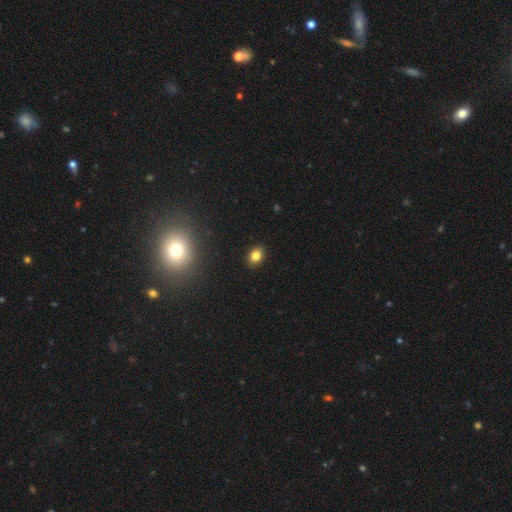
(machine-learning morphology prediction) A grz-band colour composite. It shows a smooth galaxy with no disk features (81%) that is in between round and cigar-shaped (59%). Merging: none (89%).